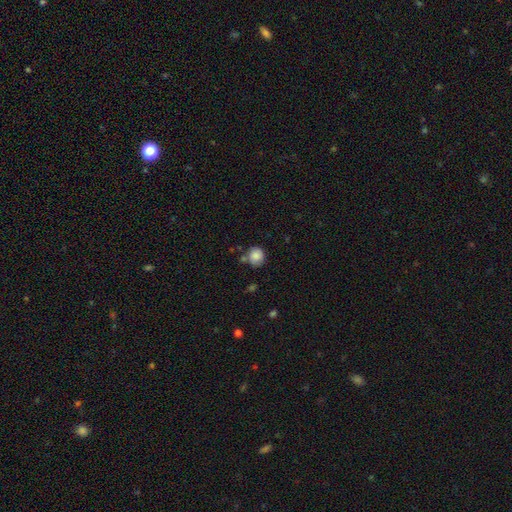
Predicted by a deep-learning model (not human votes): Smooth or featured? smooth (84%)
How rounded? round (81%)
Merging? none (67%)